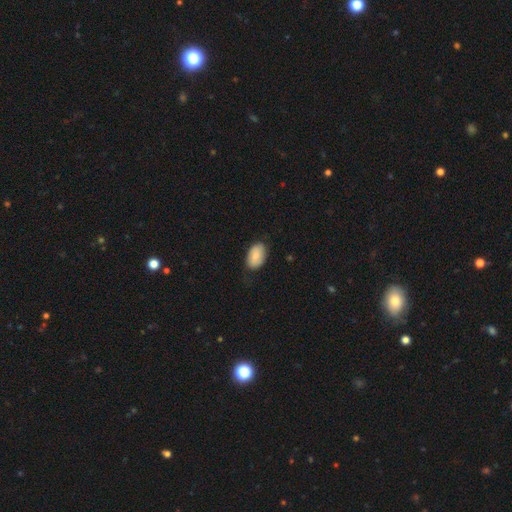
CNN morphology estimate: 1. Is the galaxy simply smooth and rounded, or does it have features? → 80% smooth, 14% featured or disk, 6% star or artifact.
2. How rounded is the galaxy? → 91% in between, 8% round, 1% cigar-shaped.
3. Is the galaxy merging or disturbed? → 72% none, 22% minor disturbance, 4% major disturbance, 1% merger.